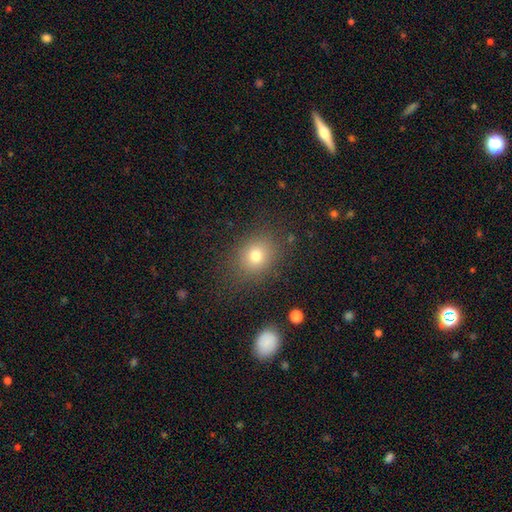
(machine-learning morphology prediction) The model was most divided on "how rounded": round: 60%, in between: 39%, cigar-shaped: 1%. More confident: merging — none (82%); smooth or featured — smooth (75%).